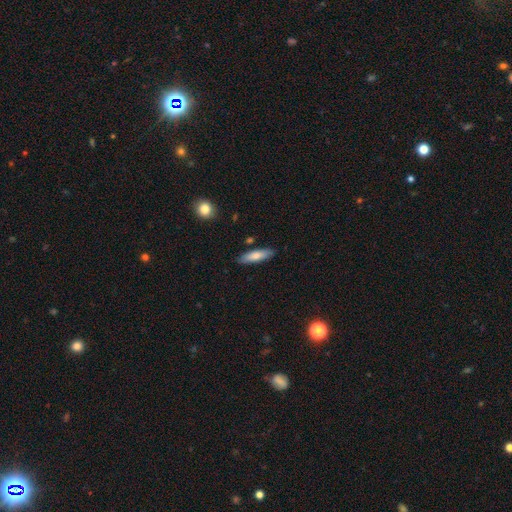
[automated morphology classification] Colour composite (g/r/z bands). It shows a smooth galaxy with no disk features (76%) that is cigar-shaped (63%). Merging: none (86%).